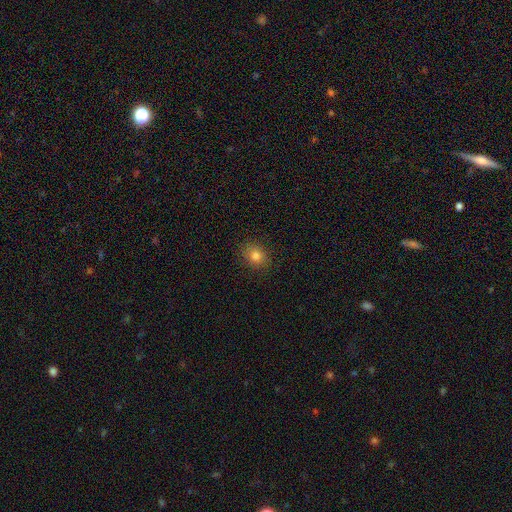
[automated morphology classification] A smooth galaxy with no disk features (80%) that is round (62%). Merging: none (87%).